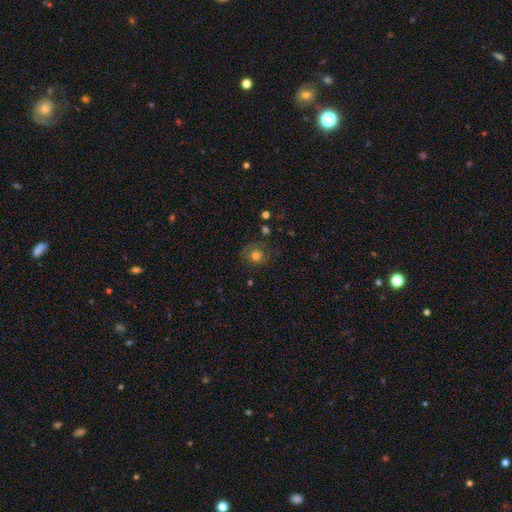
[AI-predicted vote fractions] smooth-or-featured: smooth: 67% | featured or disk: 20% | star or artifact: 13%
  how-rounded: round: 83% | in between: 16% | cigar-shaped: 1%
  merging: none: 70% | minor disturbance: 19% | major disturbance: 9% | merger: 2%